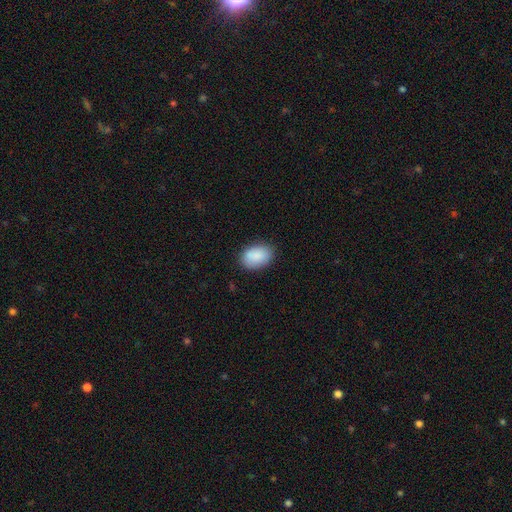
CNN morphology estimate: Smooth or featured: smooth — 87% (star or artifact — 7%)
How rounded: in between — 85% (round — 14%)
Merging: none — 81% (minor disturbance — 14%)